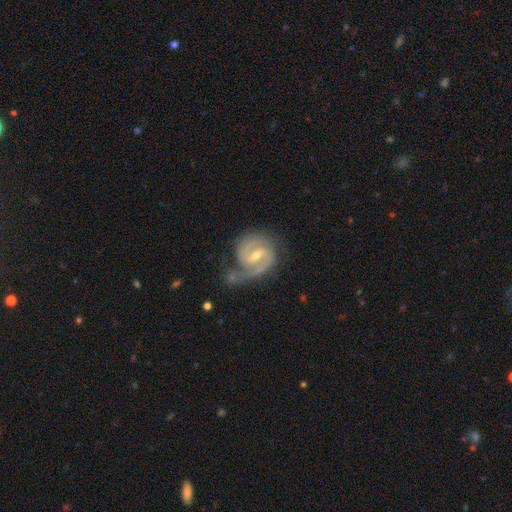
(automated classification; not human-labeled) The model was most divided on "spiral winding": medium: 47%, tight: 42%, loose: 11%. More confident: edge-on disk — no (98%); spiral arms — yes (97%); smooth or featured — featured or disk (89%); spiral arm count — 2 (82%); bar — weak (55%); merging — none (55%); bulge size — small (52%).